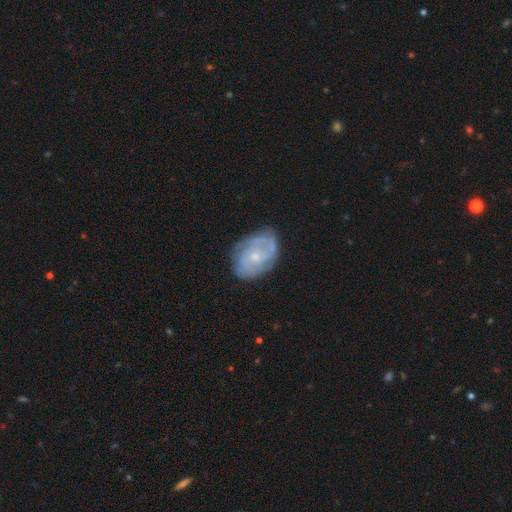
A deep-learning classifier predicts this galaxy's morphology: Smooth or featured? Predicted: featured or disk (p=0.74). Edge-on disk? Predicted: no (p=0.97). Bar? Predicted: no (p=0.74). Spiral arms? Predicted: yes (p=0.86). Spiral winding? Predicted: tight (p=0.55). Spiral arm count? Predicted: can't tell (p=0.40). Bulge size? Predicted: small (p=0.66). Merging? Predicted: none (p=0.70).